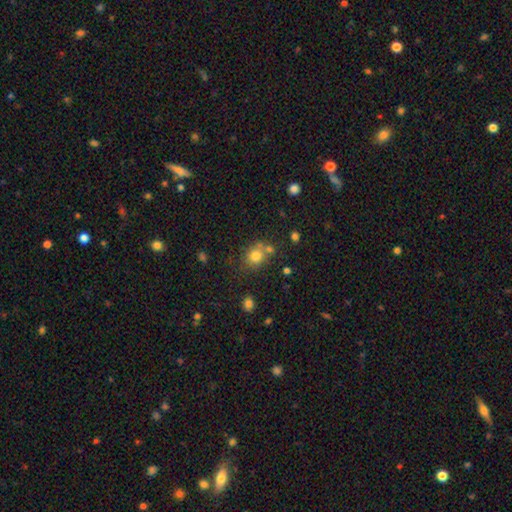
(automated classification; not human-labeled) Smooth or featured? smooth (78%)
How rounded? round (69%)
Merging? none (58%)